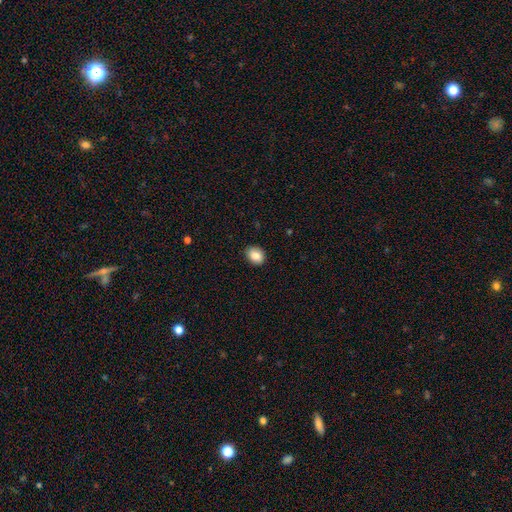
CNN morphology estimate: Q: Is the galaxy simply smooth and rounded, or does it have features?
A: smooth — 86%.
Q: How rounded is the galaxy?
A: in between — 55%.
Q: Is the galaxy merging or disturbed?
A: none — 89%.